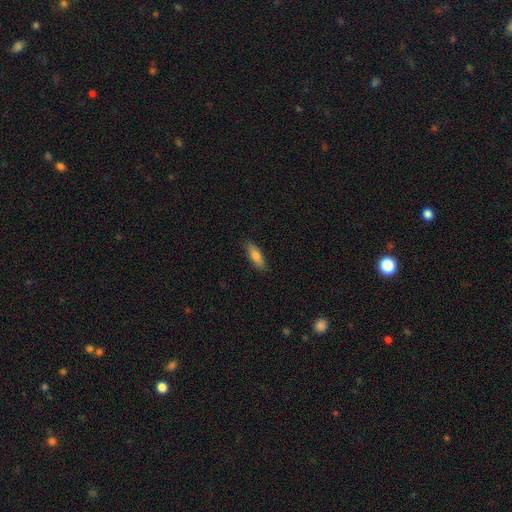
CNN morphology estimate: smooth-or-featured: smooth: 74% | featured or disk: 19% | star or artifact: 6%
  how-rounded: in between: 53% | cigar-shaped: 45% | round: 2%
  merging: none: 87% | minor disturbance: 10% | major disturbance: 2% | merger: 1%